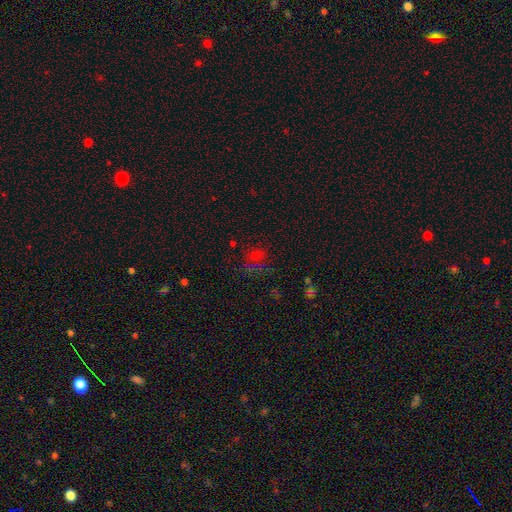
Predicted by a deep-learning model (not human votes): The model was most divided on "smooth or featured": smooth: 47%, star or artifact: 39%, featured or disk: 14%. More confident: merging — none (55%).